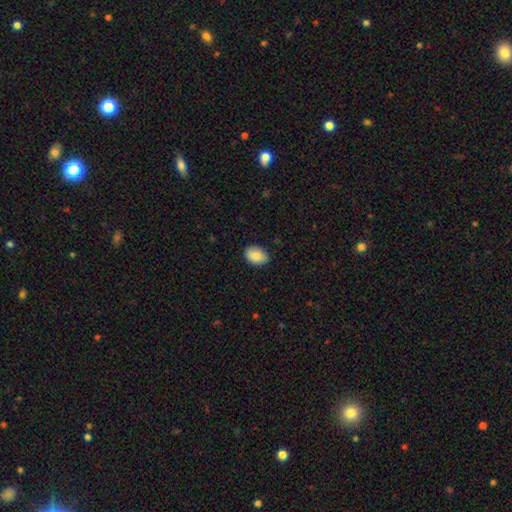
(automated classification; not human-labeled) Smooth or featured? smooth (84%)
How rounded? in between (78%)
Merging? none (86%)